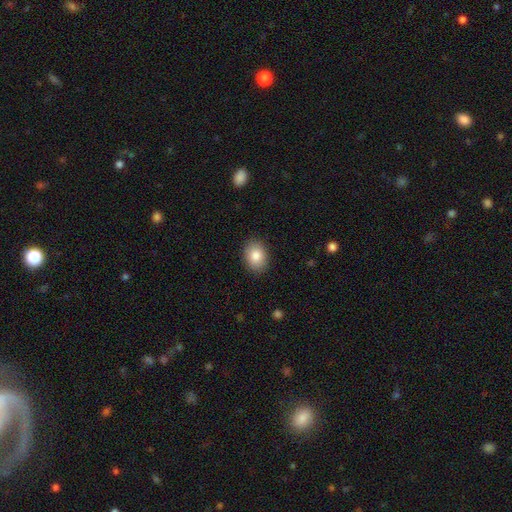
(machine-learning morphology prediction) This is clearly a smooth galaxy (85%). How rounded: likely in between (71%). Merging: clearly none (88%).